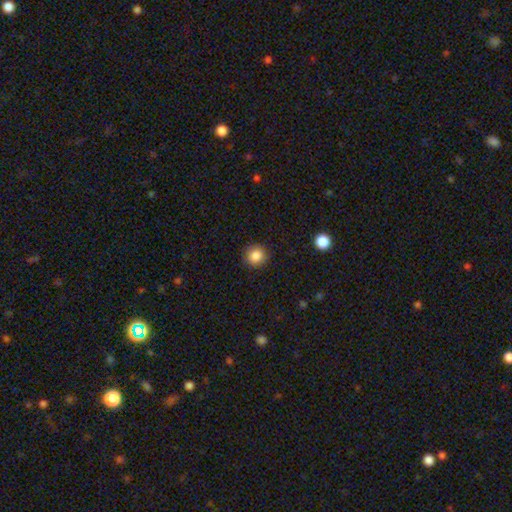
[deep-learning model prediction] smooth-or-featured: smooth: 86% | star or artifact: 10% | featured or disk: 5%
  how-rounded: round: 91% | in between: 8% | cigar-shaped: 1%
  merging: none: 90% | minor disturbance: 7% | major disturbance: 2% | merger: 1%